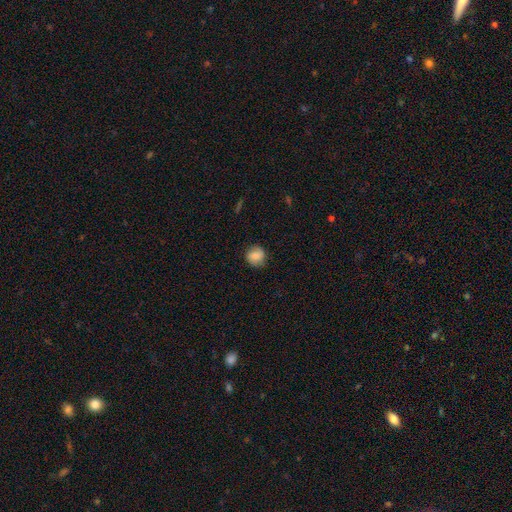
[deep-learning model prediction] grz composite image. It shows a smooth galaxy with no disk features (79%) that is round (86%). Merging: none (83%).